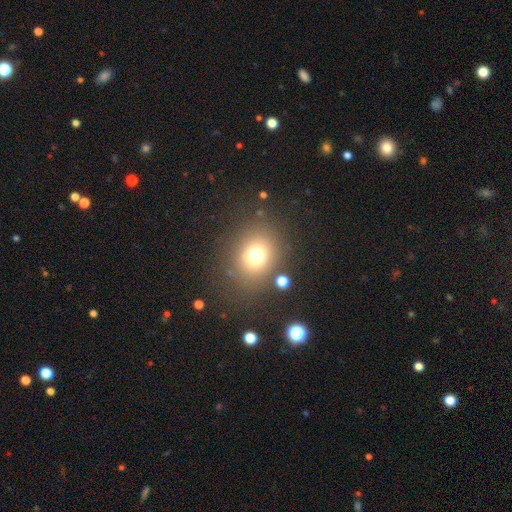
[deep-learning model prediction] A smooth galaxy with no disk features (70%) that is round (71%). Merging: none (78%).